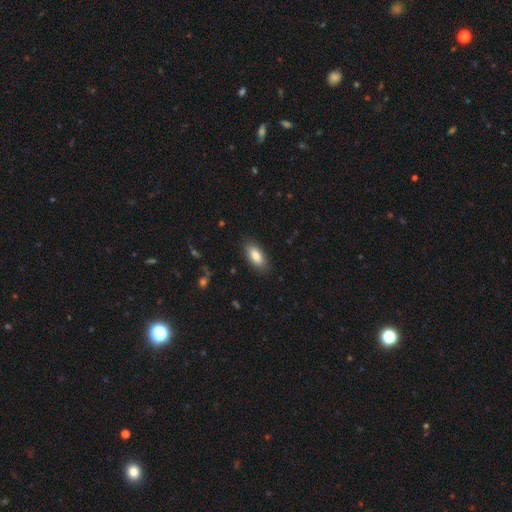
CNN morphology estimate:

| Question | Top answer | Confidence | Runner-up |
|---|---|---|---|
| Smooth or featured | smooth | 84% | featured or disk (9%) |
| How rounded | in between | 89% | cigar-shaped (8%) |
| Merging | none | 86% | minor disturbance (10%) |